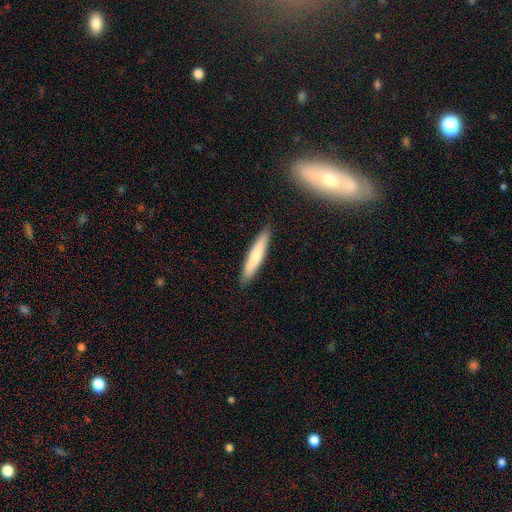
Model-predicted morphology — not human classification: type=smooth (70%); roundness=cigar-shaped (90%); merging=none (89%).